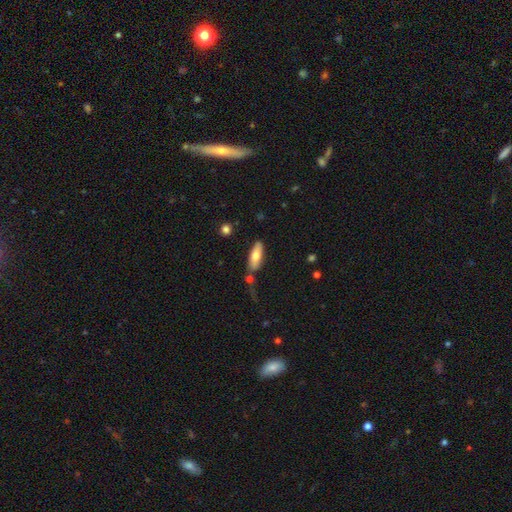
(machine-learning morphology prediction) type=smooth (71%); roundness=in between (63%); merging=none (71%).